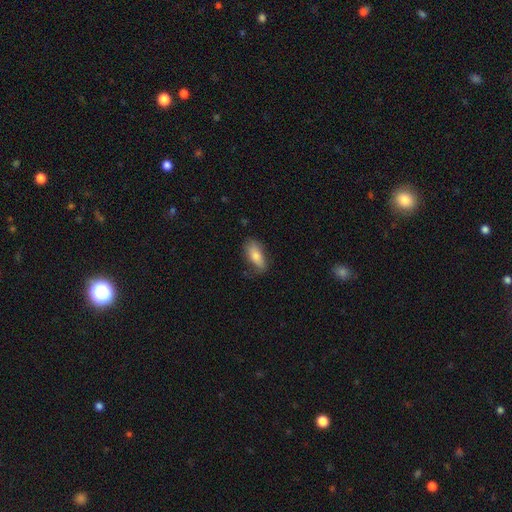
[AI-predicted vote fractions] A smooth galaxy with no disk features (75%) that is in between round and cigar-shaped (79%).

Vote fractions:
- Smooth or featured? smooth: 75% / featured or disk: 18% / star or artifact: 7%
- How rounded? in between: 79% / cigar-shaped: 18% / round: 3%
- Merging? none: 68% / minor disturbance: 24% / major disturbance: 6% / merger: 2%